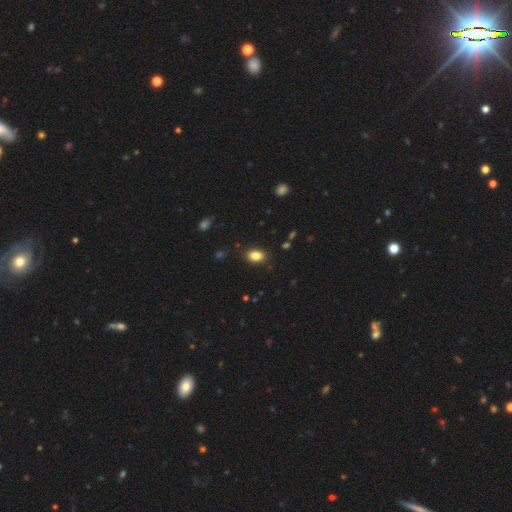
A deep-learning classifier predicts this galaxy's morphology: type=smooth (85%); roundness=in between (84%); merging=none (86%).